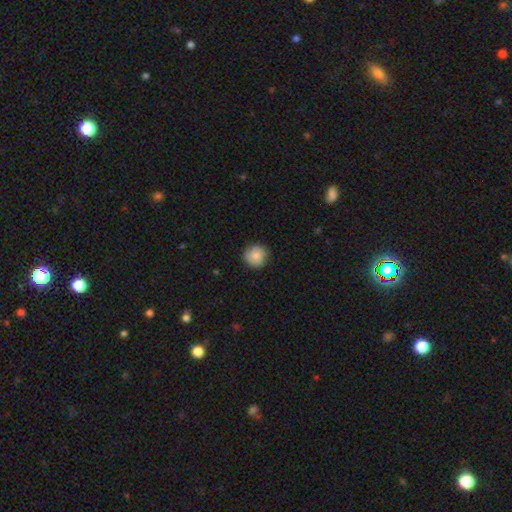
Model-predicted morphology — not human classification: A smooth galaxy with no disk features (84%) that is round (92%).

Vote fractions:
- Smooth or featured? smooth: 84% / featured or disk: 8% / star or artifact: 8%
- How rounded? round: 92% / in between: 7% / cigar-shaped: 1%
- Merging? none: 83% / minor disturbance: 14% / major disturbance: 2% / merger: 1%